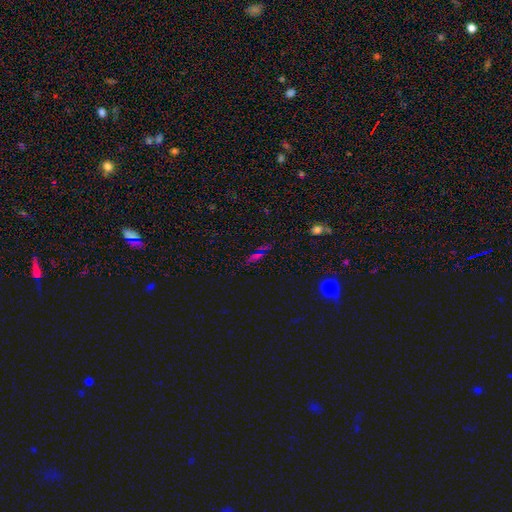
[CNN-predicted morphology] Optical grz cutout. It shows a smooth galaxy with no disk features (44%). Merging: none (77%).